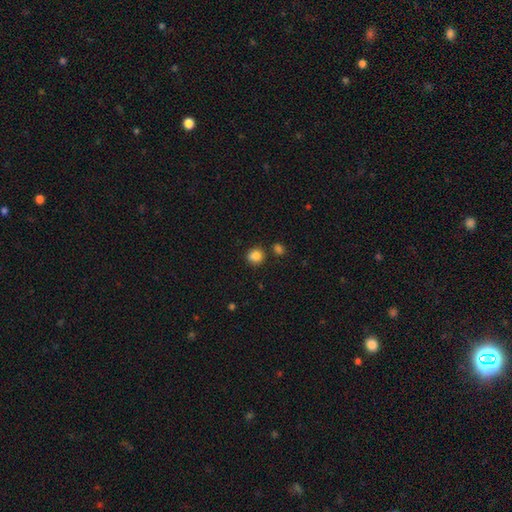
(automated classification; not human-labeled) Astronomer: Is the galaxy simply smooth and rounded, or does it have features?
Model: smooth — 86%.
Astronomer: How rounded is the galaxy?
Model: round — 77%.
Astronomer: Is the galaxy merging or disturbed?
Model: none — 73%.